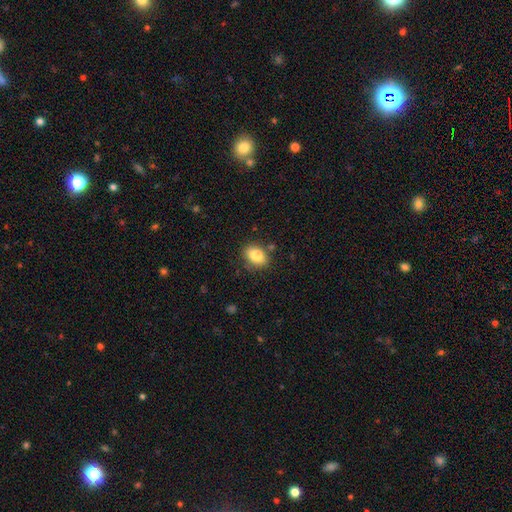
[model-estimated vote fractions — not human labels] smooth 83%, star or artifact 8%, featured or disk 8%. Down the decision tree: how rounded — in between (74%); merging — none (79%).